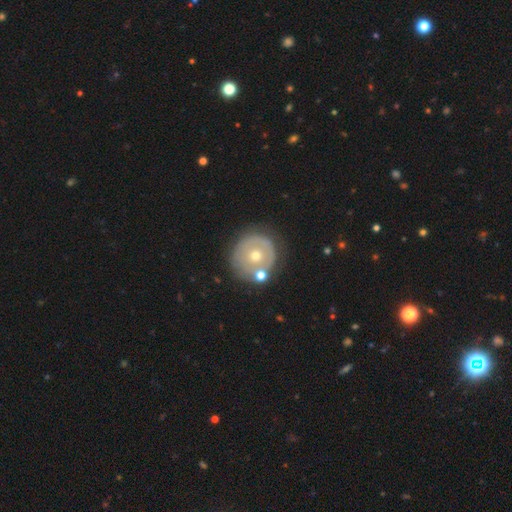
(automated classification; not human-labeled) Smooth or featured?
  - featured or disk: 51% *
  - smooth: 40%
  - star or artifact: 8%
Edge-on disk?
  - no: 96% *
  - yes: 4%
Merging?
  - none: 72% *
  - minor disturbance: 13%
  - merger: 9%
  - major disturbance: 5%